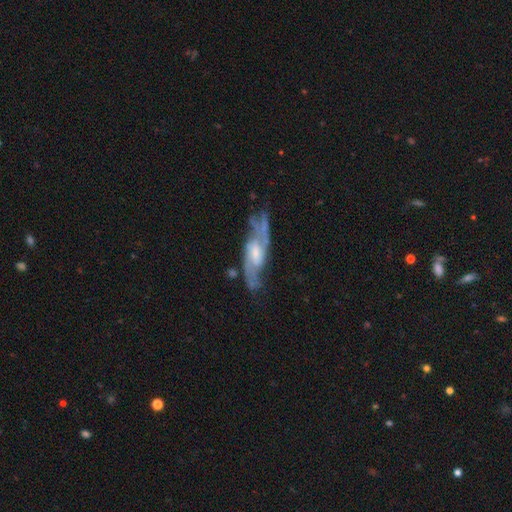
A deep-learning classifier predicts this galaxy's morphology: This appears to be a featured or disk galaxy (81%) with no bar (45%), 2 (56%) medium (49%) spiral arms (92%) and a moderate central bulge (46%). Merging: none (69%).